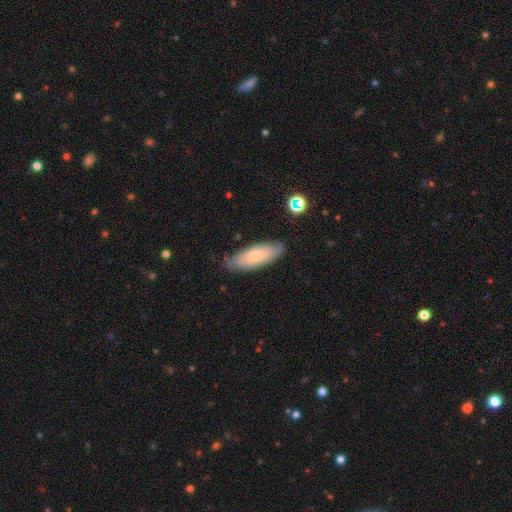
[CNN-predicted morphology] This is likely a smooth galaxy (62%). How rounded: likely in between (71%). Merging: likely none (75%).